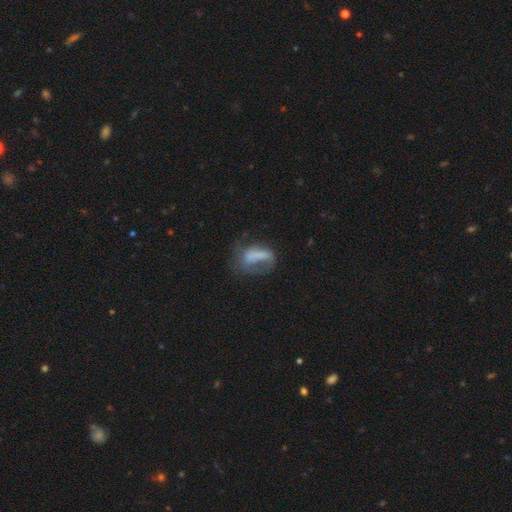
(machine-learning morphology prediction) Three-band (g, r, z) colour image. It shows a smooth galaxy with no disk features (49%). Merging: major disturbance (43%).